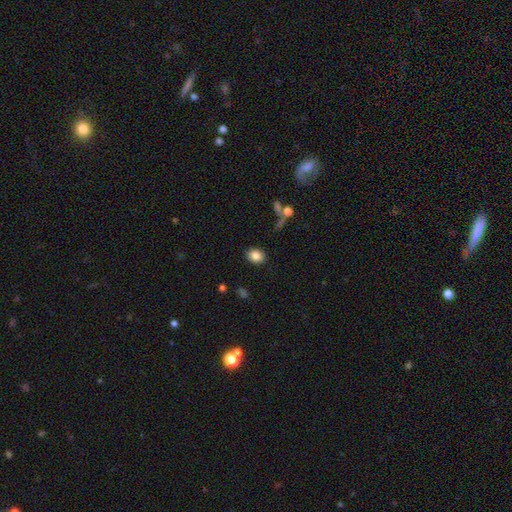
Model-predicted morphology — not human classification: A smooth galaxy with no disk features (84%) that is in between round and cigar-shaped (58%).

Vote fractions:
- Smooth or featured? smooth: 84% / star or artifact: 9% / featured or disk: 7%
- How rounded? in between: 58% / round: 41% / cigar-shaped: 1%
- Merging? none: 87% / minor disturbance: 8% / major disturbance: 3% / merger: 2%